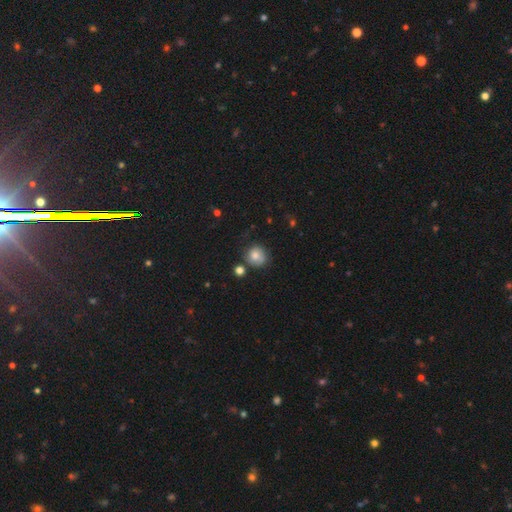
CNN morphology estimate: The model was most divided on "merging": none: 69%, minor disturbance: 19%, merger: 7%, major disturbance: 5%. More confident: how rounded — round (86%); smooth or featured — smooth (76%).